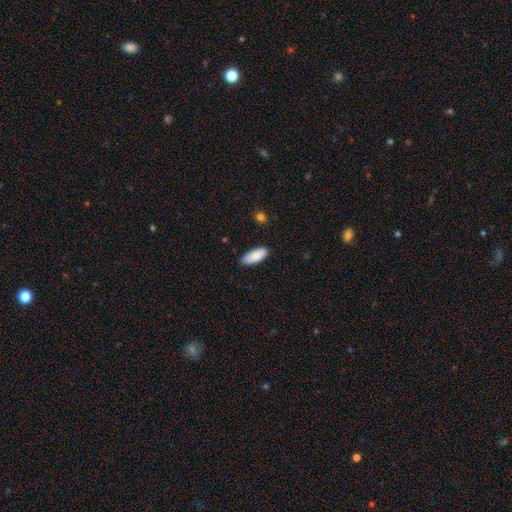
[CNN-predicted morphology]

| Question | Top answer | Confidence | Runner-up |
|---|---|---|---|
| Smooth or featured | smooth | 82% | featured or disk (12%) |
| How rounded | in between | 84% | cigar-shaped (14%) |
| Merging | none | 83% | minor disturbance (13%) |